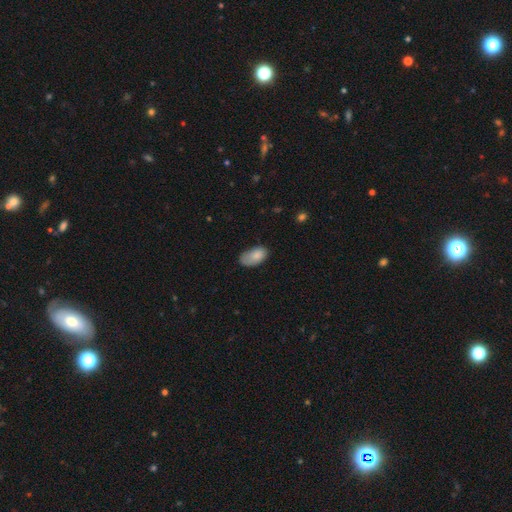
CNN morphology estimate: A smooth galaxy with no disk features (83%) that is in between round and cigar-shaped (94%).

Vote fractions:
- Smooth or featured? smooth: 83% / featured or disk: 10% / star or artifact: 7%
- How rounded? in between: 94% / round: 4% / cigar-shaped: 2%
- Merging? none: 51% / minor disturbance: 35% / major disturbance: 12% / merger: 2%